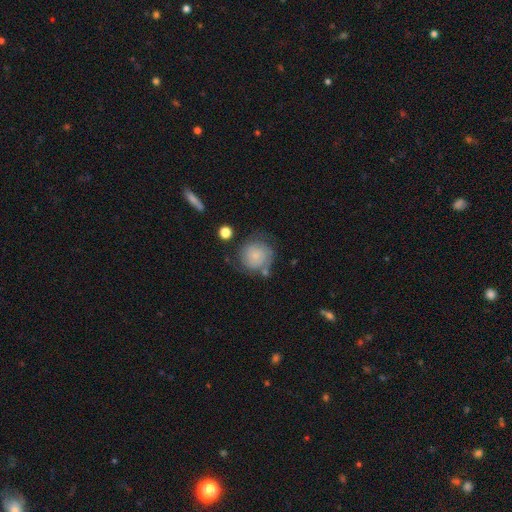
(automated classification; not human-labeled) Smooth or featured?
  - smooth: 49% *
  - featured or disk: 42%
  - star or artifact: 8%
Merging?
  - none: 61% *
  - minor disturbance: 21%
  - major disturbance: 12%
  - merger: 6%